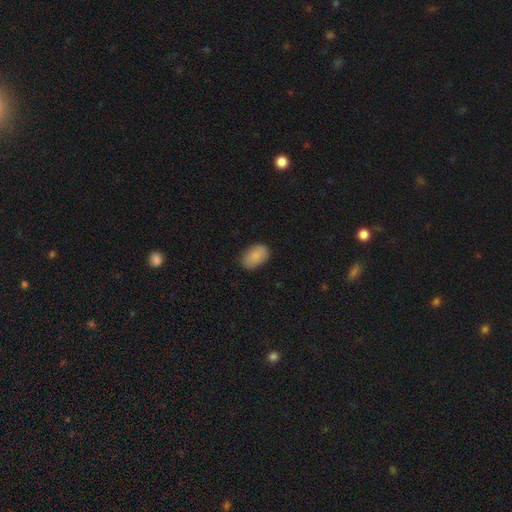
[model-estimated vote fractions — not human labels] smooth_or_featured: smooth (p=0.87) [alt: featured or disk p=0.06]
how_rounded: in between (p=0.91) [alt: round p=0.07]
merging: none (p=0.84) [alt: minor disturbance p=0.13]